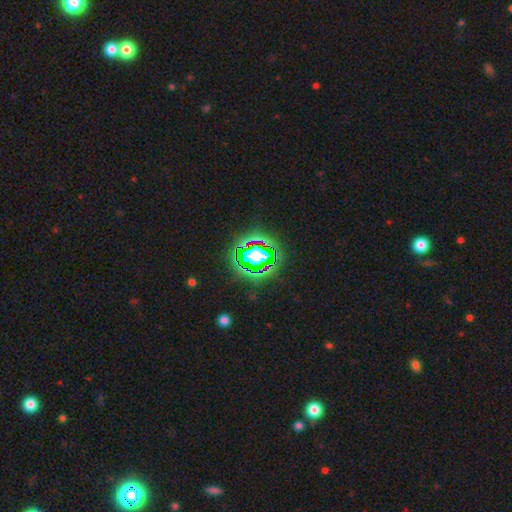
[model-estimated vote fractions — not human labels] Overall: star or artifact (62%).